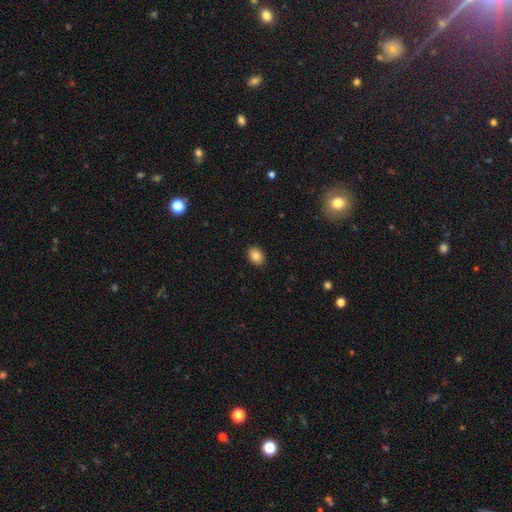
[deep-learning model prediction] Smooth or featured? Predicted: smooth (p=0.85). How rounded? Predicted: in between (p=0.72). Merging? Predicted: none (p=0.90).